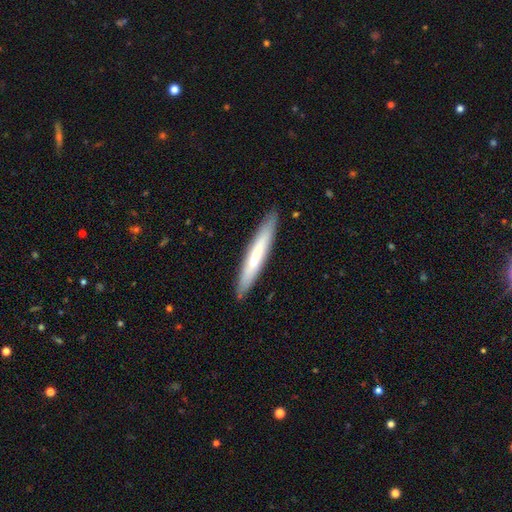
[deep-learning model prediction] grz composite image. It shows a smooth galaxy with no disk features (56%) that is cigar-shaped (94%). Merging: none (90%).